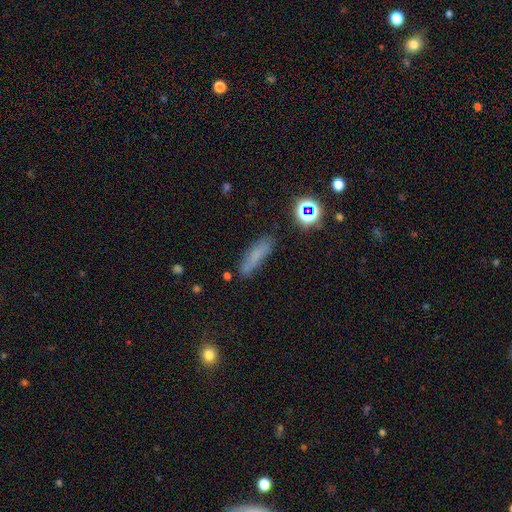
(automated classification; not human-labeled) Q: Smooth or featured?
A: smooth (69%); runner-up: star or artifact (16%)
Q: How rounded?
A: cigar-shaped (70%); runner-up: in between (27%)
Q: Merging?
A: none (74%); runner-up: minor disturbance (17%)